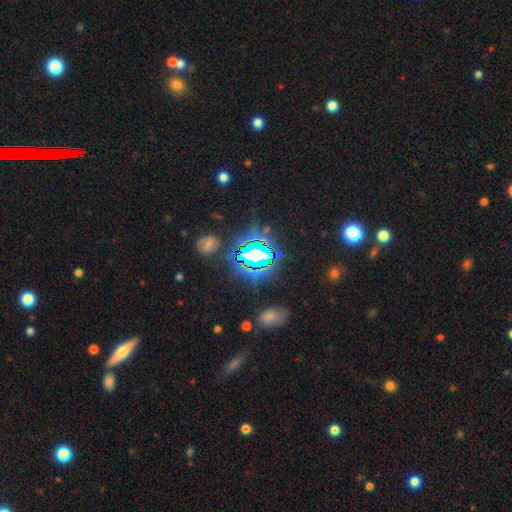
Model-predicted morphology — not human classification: Overall: star or artifact (74%).